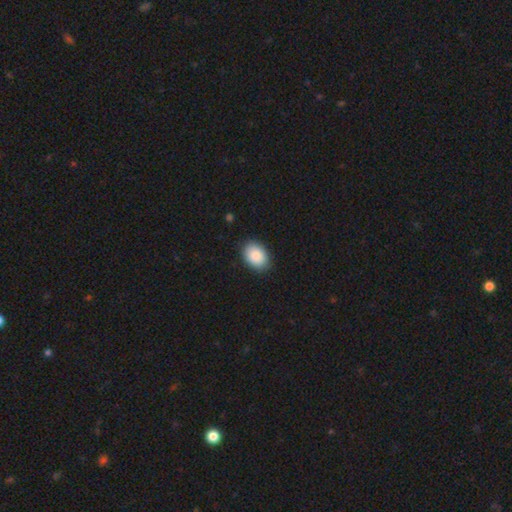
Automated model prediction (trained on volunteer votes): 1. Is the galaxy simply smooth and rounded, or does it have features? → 89% smooth, 7% star or artifact, 4% featured or disk.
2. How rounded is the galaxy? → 76% in between, 23% round, 1% cigar-shaped.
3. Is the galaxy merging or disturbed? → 87% none, 10% minor disturbance, 2% major disturbance, 1% merger.